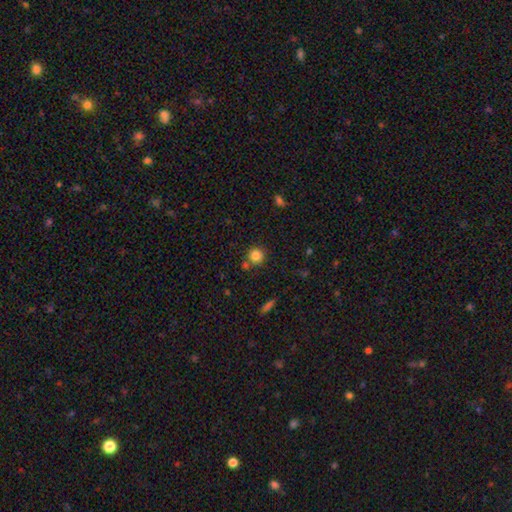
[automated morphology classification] Smooth or featured? smooth (82%)
How rounded? round (92%)
Merging? none (75%)